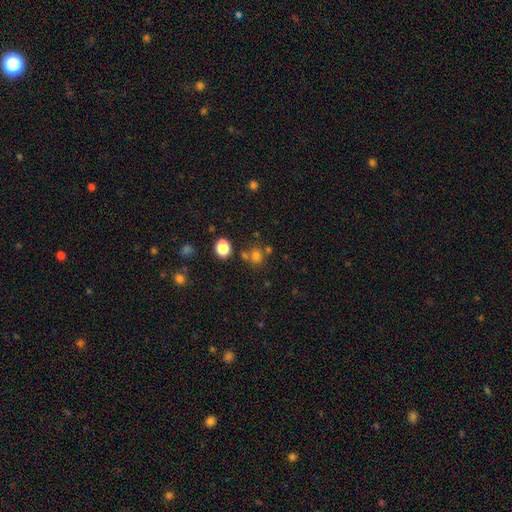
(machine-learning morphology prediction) This is likely a smooth galaxy (73%). How rounded: likely round (75%). Merging: likely none (65%).